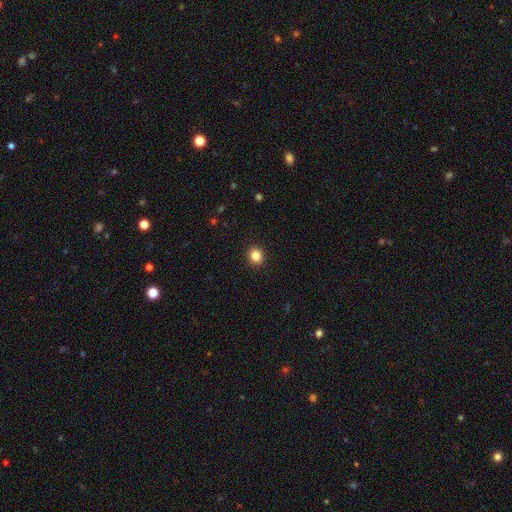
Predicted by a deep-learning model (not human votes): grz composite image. It shows a smooth galaxy with no disk features (85%) that is round (79%). Merging: none (92%).